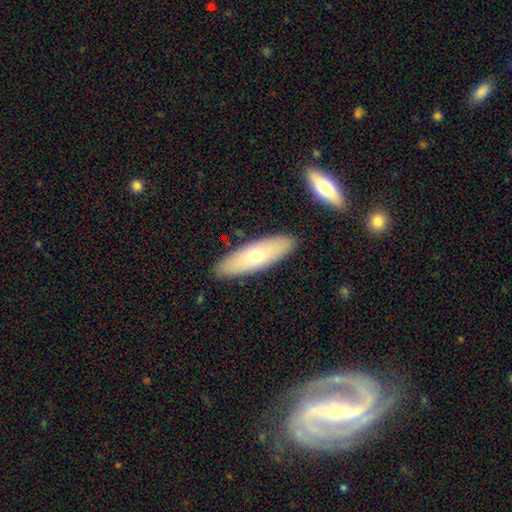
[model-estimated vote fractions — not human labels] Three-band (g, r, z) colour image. It shows a smooth galaxy with no disk features (62%) that is in between round and cigar-shaped (51%). Merging: none (88%).